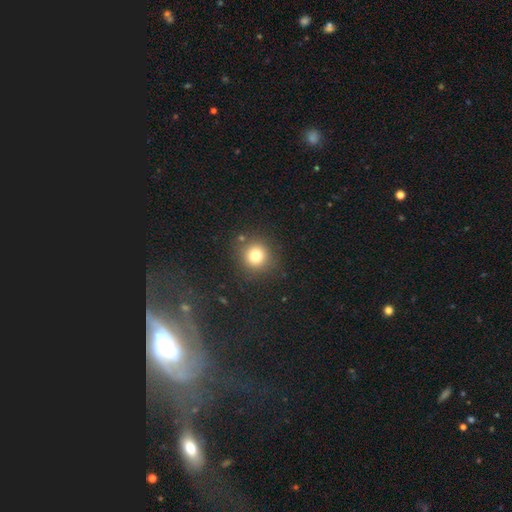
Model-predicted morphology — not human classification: Smooth or featured? Predicted: smooth (p=0.77). How rounded? Predicted: round (p=0.92). Merging? Predicted: none (p=0.86).